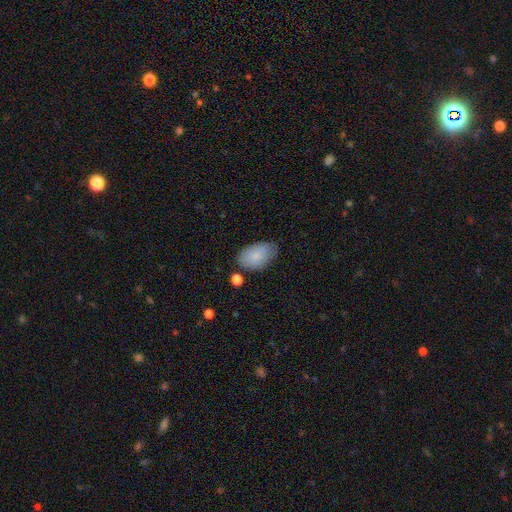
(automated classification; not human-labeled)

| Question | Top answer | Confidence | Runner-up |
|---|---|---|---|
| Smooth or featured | smooth | 84% | featured or disk (9%) |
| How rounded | in between | 94% | round (5%) |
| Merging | none | 72% | minor disturbance (20%) |